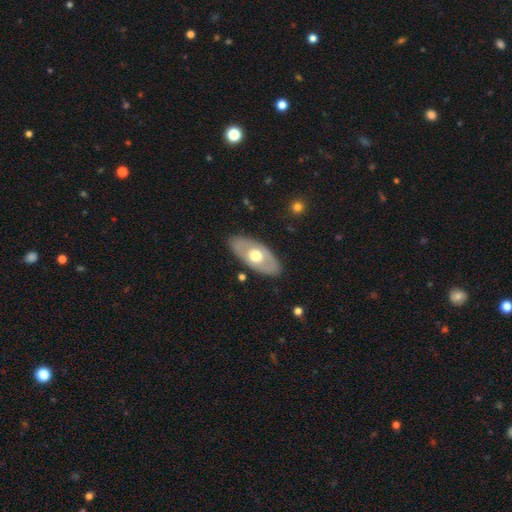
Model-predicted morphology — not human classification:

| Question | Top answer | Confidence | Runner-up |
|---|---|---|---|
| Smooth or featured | featured or disk | 51% | smooth (45%) |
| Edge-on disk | no | 79% | yes (21%) |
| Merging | none | 84% | minor disturbance (11%) |